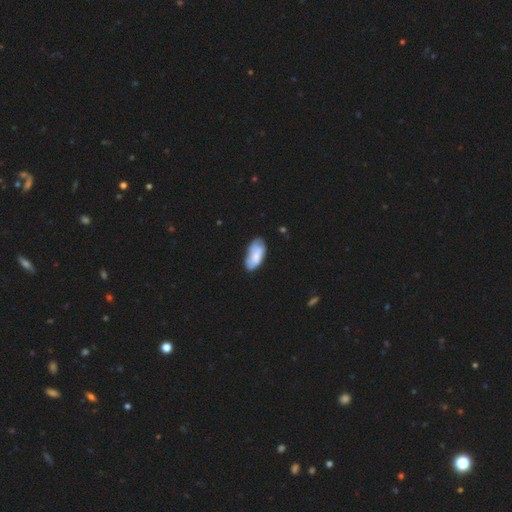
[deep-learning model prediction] Smooth or featured? smooth (71%)
How rounded? in between (92%)
Merging? none (63%)